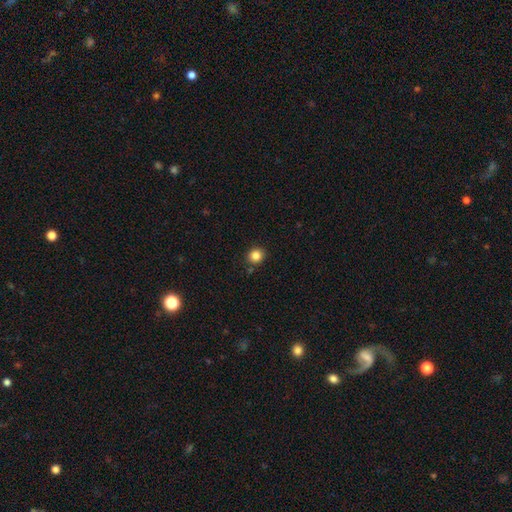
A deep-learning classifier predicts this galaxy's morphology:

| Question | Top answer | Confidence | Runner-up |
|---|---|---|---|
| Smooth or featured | smooth | 84% | star or artifact (12%) |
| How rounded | round | 88% | in between (11%) |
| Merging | none | 87% | minor disturbance (8%) |